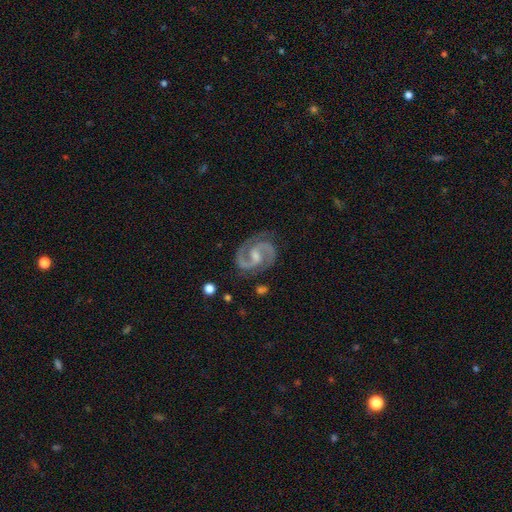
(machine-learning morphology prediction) Smooth or featured? Predicted: featured or disk (p=0.93). Edge-on disk? Predicted: no (p=0.98). Bar? Predicted: weak (p=0.47). Spiral arms? Predicted: yes (p=0.99). Spiral winding? Predicted: medium (p=0.61). Spiral arm count? Predicted: 2 (p=0.94). Bulge size? Predicted: moderate (p=0.48). Merging? Predicted: none (p=0.82).